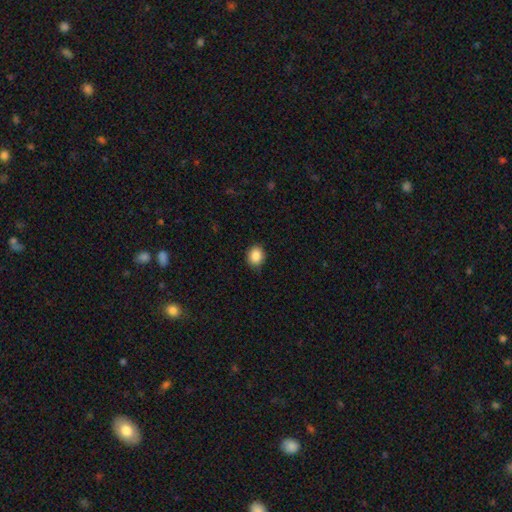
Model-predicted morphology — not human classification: The model was most divided on "how rounded": round: 65%, in between: 35%, cigar-shaped: 1%. More confident: smooth or featured — smooth (87%); merging — none (85%).